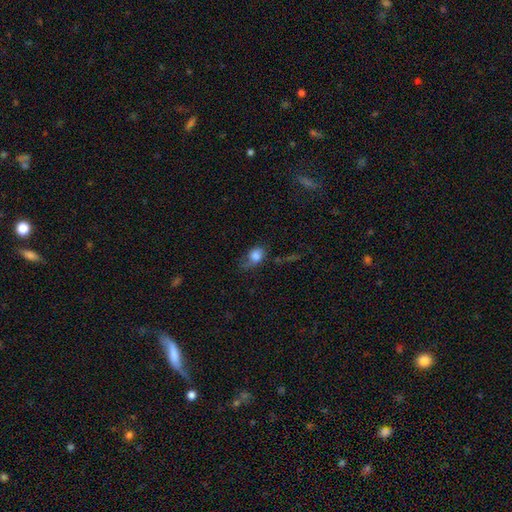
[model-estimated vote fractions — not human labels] smooth_or_featured: smooth (p=0.80) [alt: featured or disk p=0.11]
how_rounded: in between (p=0.62) [alt: round p=0.36]
merging: none (p=0.40) [alt: minor disturbance p=0.37]